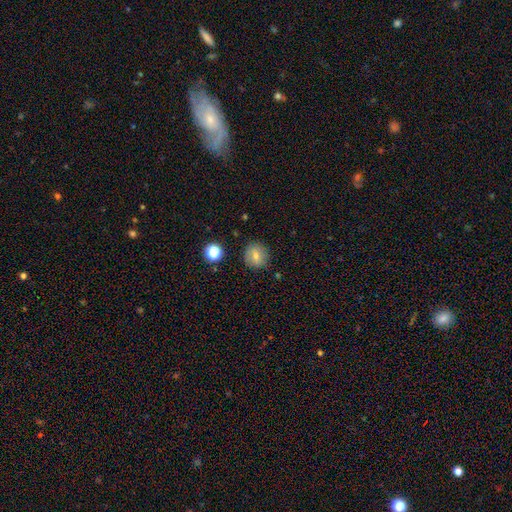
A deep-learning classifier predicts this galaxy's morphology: This appears to be a smooth galaxy with no disk features (70%) that is round (89%). Merging: none (87%).